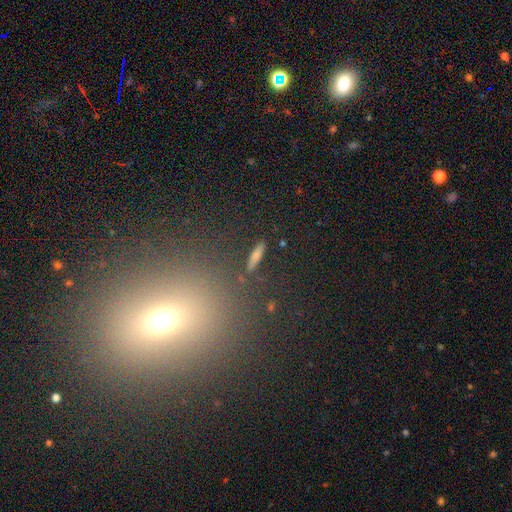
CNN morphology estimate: smooth-or-featured: smooth: 68% | featured or disk: 19% | star or artifact: 13%
  how-rounded: cigar-shaped: 73% | in between: 22% | round: 5%
  merging: none: 85% | minor disturbance: 9% | major disturbance: 3% | merger: 3%